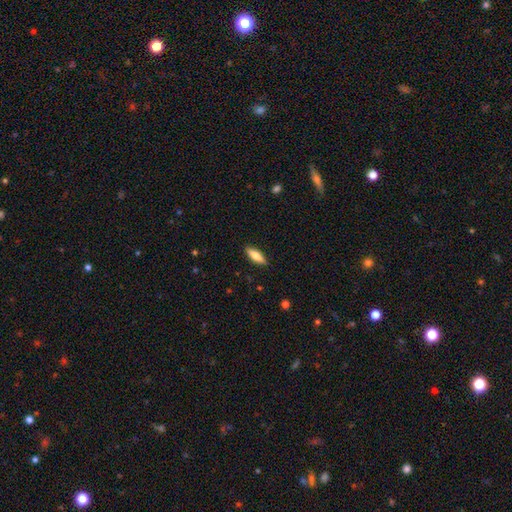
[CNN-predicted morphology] Q: Smooth or featured?
A: smooth (62%); runner-up: featured or disk (32%)
Q: How rounded?
A: in between (52%); runner-up: cigar-shaped (46%)
Q: Merging?
A: none (89%); runner-up: minor disturbance (8%)